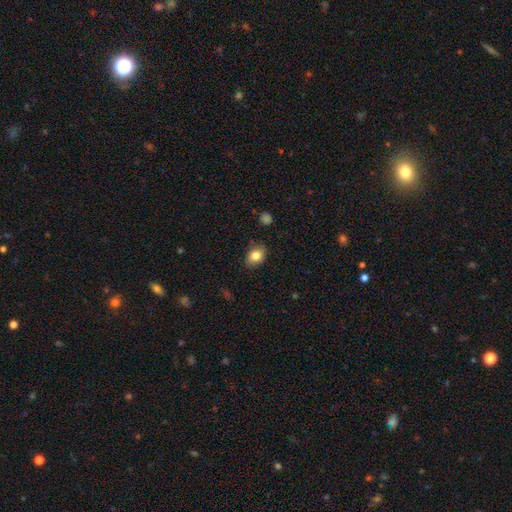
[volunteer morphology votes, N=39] Volunteers were most divided on "how rounded": in between: 56%, round: 44%, cigar-shaped: 0%. More confident: smooth or featured — smooth (82%); merging — none (72%).